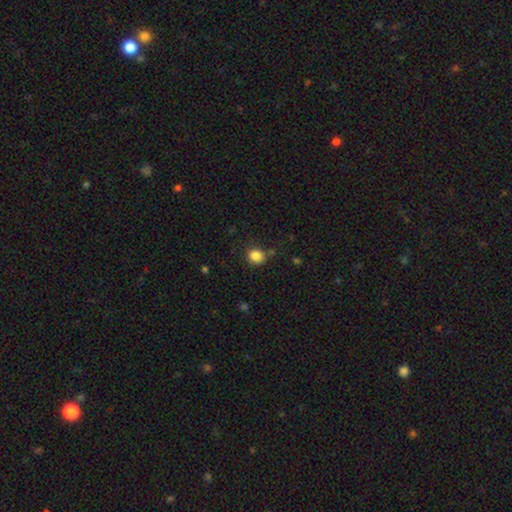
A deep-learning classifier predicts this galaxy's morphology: type=smooth (85%); roundness=round (75%); merging=none (78%).